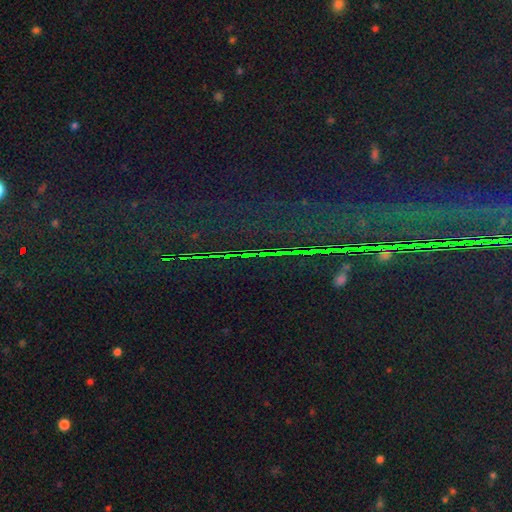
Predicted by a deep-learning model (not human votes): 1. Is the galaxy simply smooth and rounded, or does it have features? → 86% star or artifact, 7% smooth, 7% featured or disk.